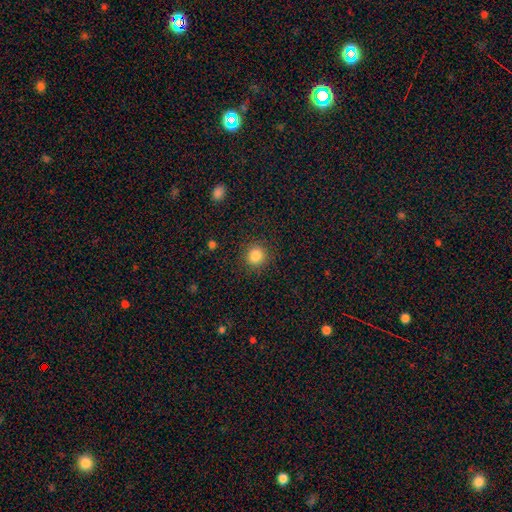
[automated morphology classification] The model was most divided on "smooth or featured": smooth: 85%, star or artifact: 11%, featured or disk: 4%. More confident: how rounded — round (91%); merging — none (89%).